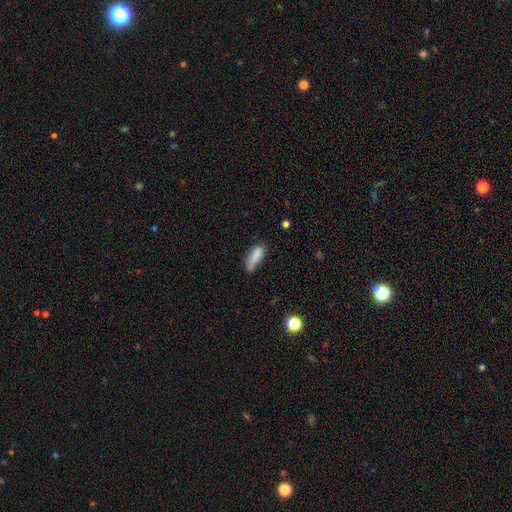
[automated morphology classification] This appears to be a smooth galaxy with no disk features (82%) that is in between round and cigar-shaped (56%). Merging: none (51%).